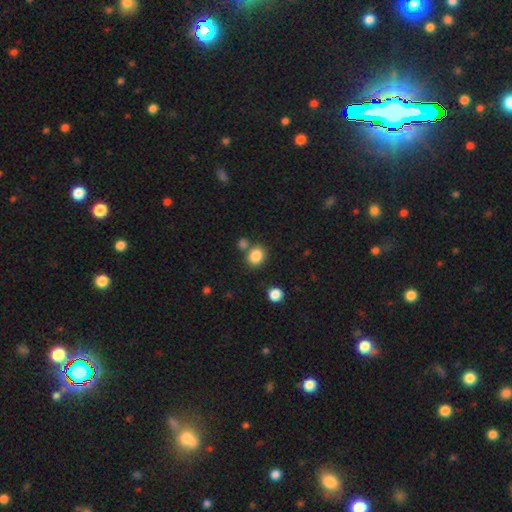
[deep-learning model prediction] Overall: smooth (85%). How rounded: round (66%; in between 33%). Merging: none (71%).